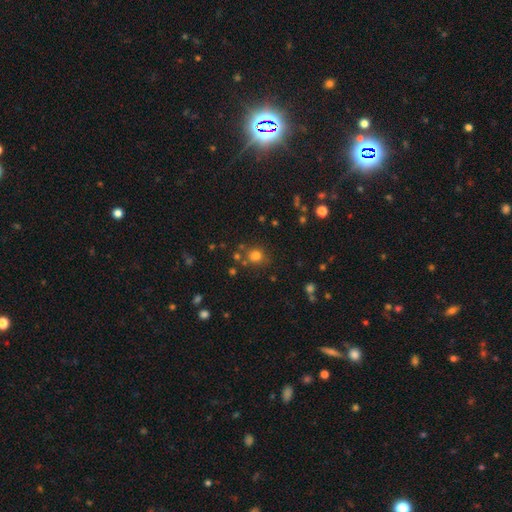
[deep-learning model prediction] Morphology: type=smooth (77%); roundness=round (86%); merging=none (77%).